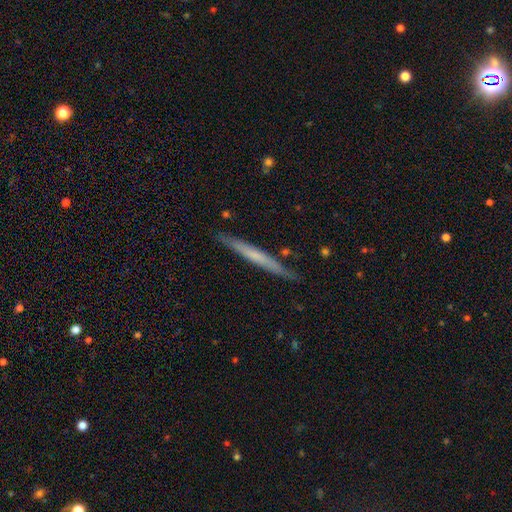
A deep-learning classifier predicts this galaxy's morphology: Smooth or featured: smooth — 48% (featured or disk — 46%)
Merging: none — 86% (minor disturbance — 10%)